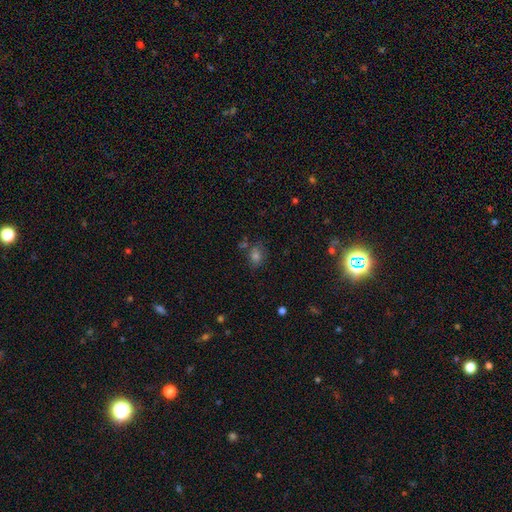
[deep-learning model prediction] A smooth galaxy with no disk features (63%) that is round (51%).

Vote fractions:
- Smooth or featured? smooth: 63% / star or artifact: 26% / featured or disk: 12%
- How rounded? round: 51% / in between: 48% / cigar-shaped: 2%
- Merging? none: 72% / minor disturbance: 15% / merger: 8% / major disturbance: 5%